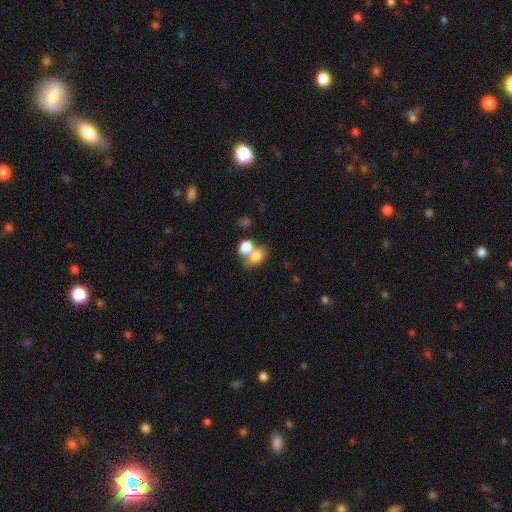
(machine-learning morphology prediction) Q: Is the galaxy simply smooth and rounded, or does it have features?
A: smooth — 76%.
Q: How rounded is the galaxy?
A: in between — 58%.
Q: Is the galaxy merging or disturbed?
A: merger — 46%.